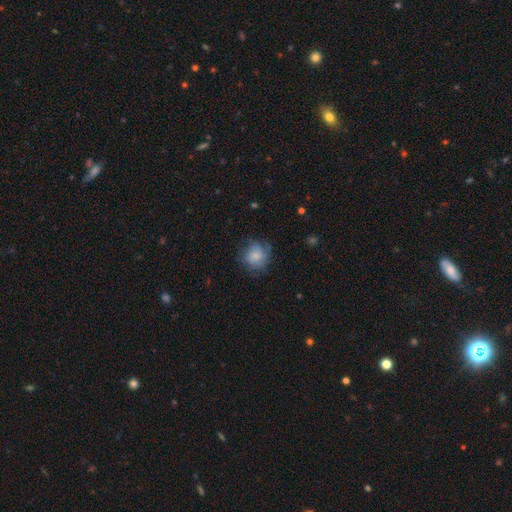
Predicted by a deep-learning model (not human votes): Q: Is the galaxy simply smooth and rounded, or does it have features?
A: smooth — 71%.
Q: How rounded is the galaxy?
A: round — 85%.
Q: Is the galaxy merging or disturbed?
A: none — 63%.